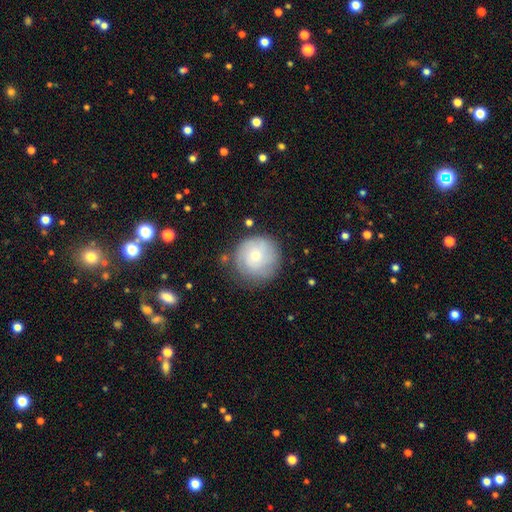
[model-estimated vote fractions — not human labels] This appears to be a smooth galaxy with no disk features (56%) that is round (94%). Merging: none (75%).